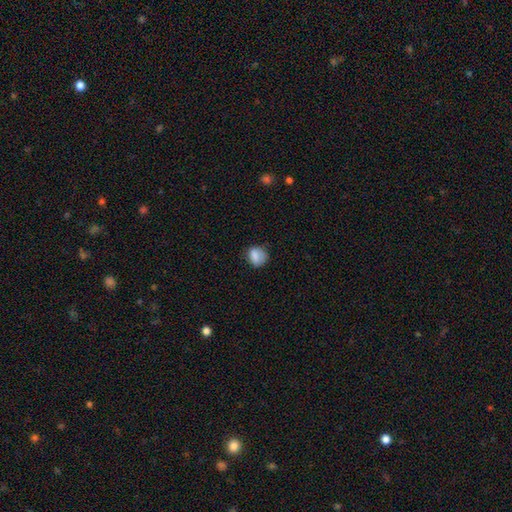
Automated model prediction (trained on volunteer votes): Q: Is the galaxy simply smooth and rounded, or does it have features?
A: smooth — 81%.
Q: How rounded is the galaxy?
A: round — 66%.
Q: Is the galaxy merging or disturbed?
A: none — 63%.